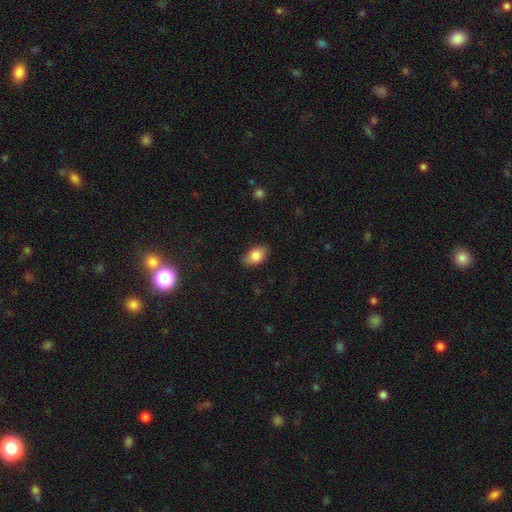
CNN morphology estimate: smooth-or-featured: smooth: 83% | featured or disk: 9% | star or artifact: 8%
  how-rounded: in between: 89% | round: 9% | cigar-shaped: 2%
  merging: none: 83% | minor disturbance: 13% | major disturbance: 3% | merger: 1%